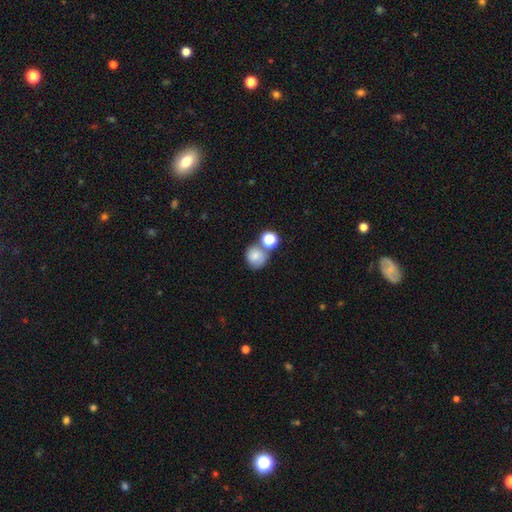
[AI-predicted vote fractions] smooth-or-featured: smooth: 68% | featured or disk: 20% | star or artifact: 12%
  how-rounded: round: 77% | in between: 22% | cigar-shaped: 1%
  merging: none: 44% | merger: 34% | minor disturbance: 15% | major disturbance: 7%